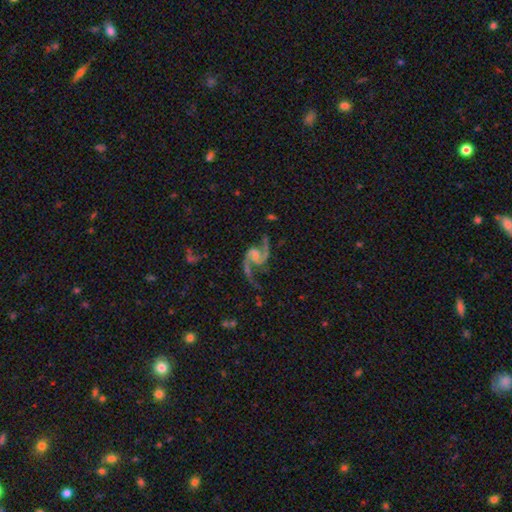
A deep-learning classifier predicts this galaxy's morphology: This appears to be a featured or disk galaxy (93%) with no bar (53%), 2 (94%) loose (54%) spiral arms (98%) and no central bulge (46%). Merging: none (68%).